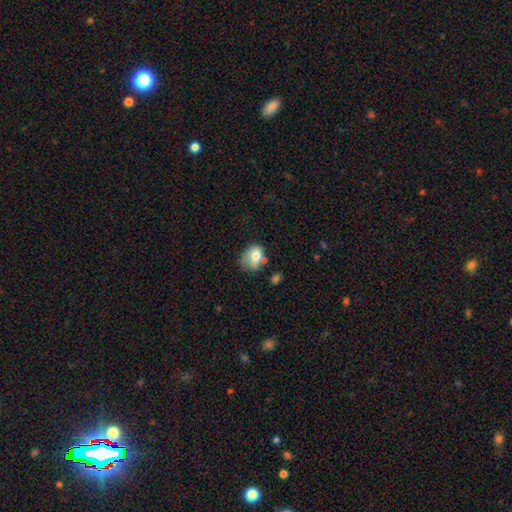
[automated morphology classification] Smooth or featured?
  - smooth: 70% *
  - featured or disk: 21%
  - star or artifact: 9%
How rounded?
  - in between: 58% *
  - round: 40%
  - cigar-shaped: 1%
Merging?
  - none: 35% *
  - minor disturbance: 32%
  - major disturbance: 18%
  - merger: 15%